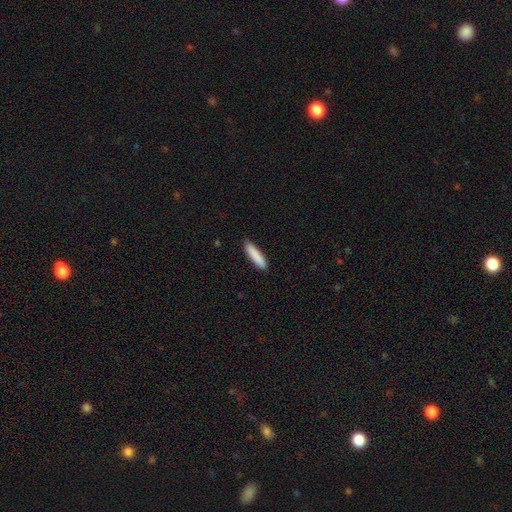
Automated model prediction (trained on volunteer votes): The model was most divided on "how rounded": cigar-shaped: 84%, in between: 15%, round: 1%. More confident: merging — none (89%); smooth or featured — smooth (87%).